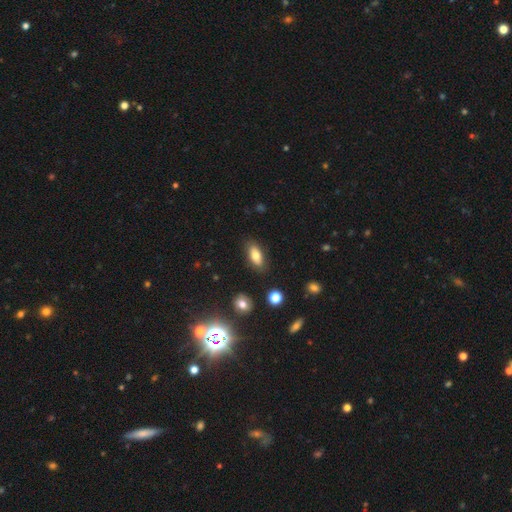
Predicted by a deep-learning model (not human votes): This is likely a smooth galaxy (76%). How rounded: clearly in between (82%). Merging: clearly none (83%).